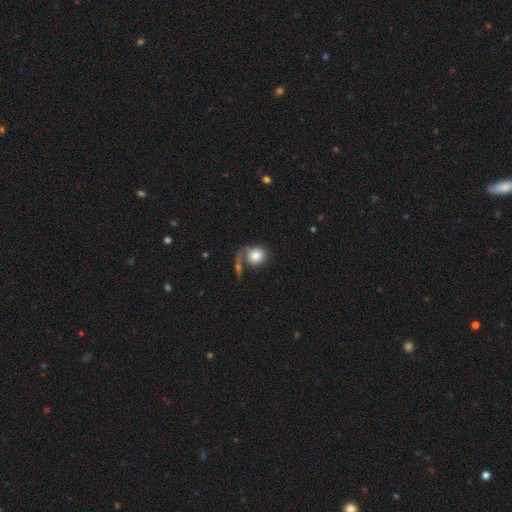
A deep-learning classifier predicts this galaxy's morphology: The model was most divided on "merging": none: 39%, merger: 26%, major disturbance: 21%, minor disturbance: 14%. More confident: smooth or featured — smooth (75%); how rounded — round (74%).